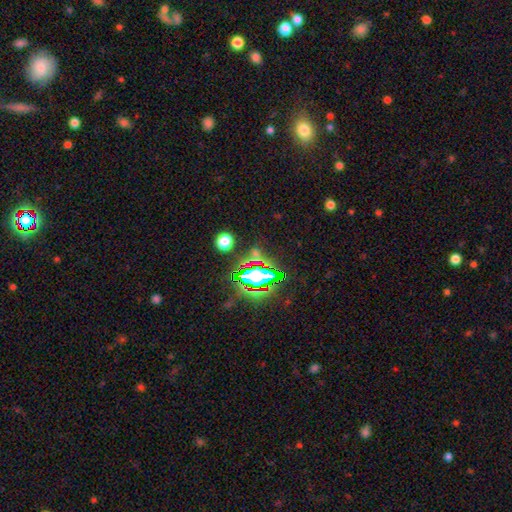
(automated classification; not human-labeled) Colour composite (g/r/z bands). It shows a star or artifact, not a galaxy (72%).